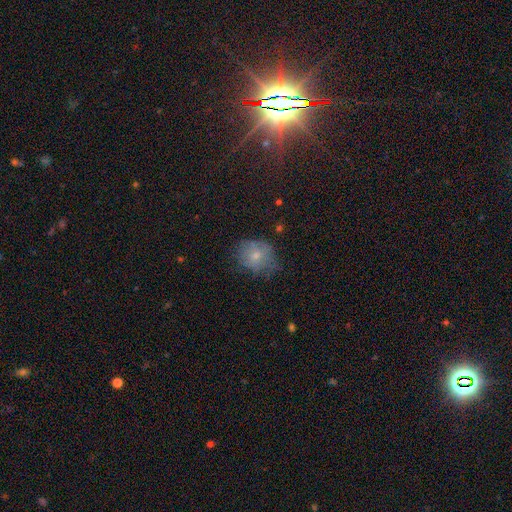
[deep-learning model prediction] Smooth or featured?
  - smooth: 65% *
  - featured or disk: 23%
  - star or artifact: 12%
How rounded?
  - round: 63% *
  - in between: 36%
  - cigar-shaped: 1%
Merging?
  - none: 54% *
  - minor disturbance: 30%
  - major disturbance: 14%
  - merger: 2%